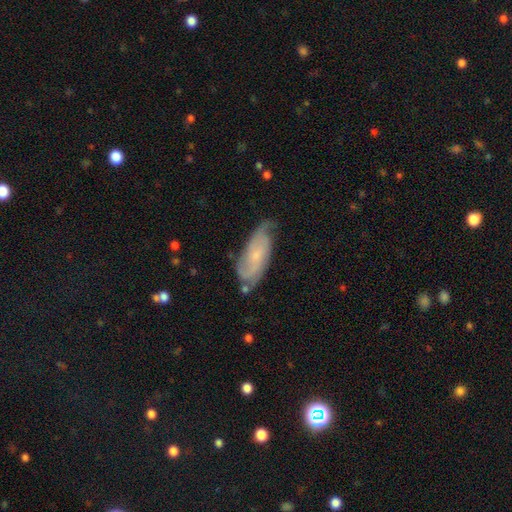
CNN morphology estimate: featured or disk 64%, smooth 29%, star or artifact 7%. Down the decision tree: edge-on disk — no (89%); bar — no (69%); spiral arms — yes (89%); spiral arm count — 2 (48%); spiral winding — tight (41%); bulge size — small (68%); merging — none (60%).